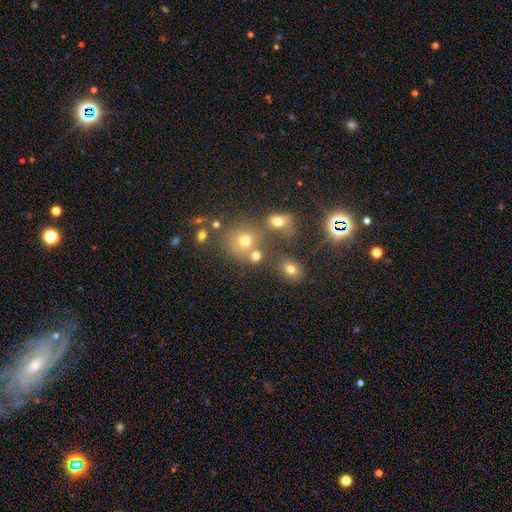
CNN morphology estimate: Overall: smooth (68%). How rounded: round (77%). Merging: none (56%; merger 27%).